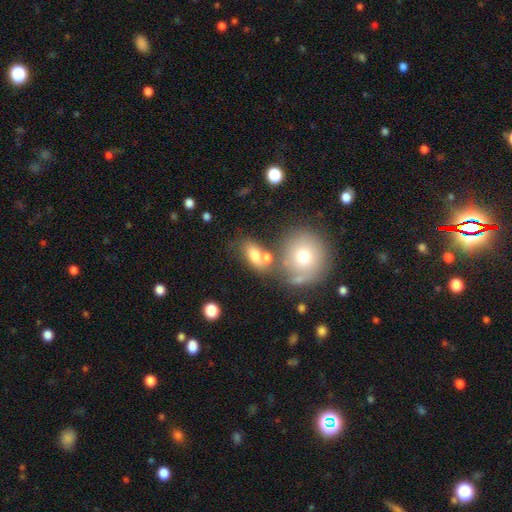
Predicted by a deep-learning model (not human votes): smooth-or-featured: smooth: 71% | featured or disk: 17% | star or artifact: 12%
  how-rounded: in between: 75% | round: 20% | cigar-shaped: 5%
  merging: none: 46% | merger: 32% | minor disturbance: 14% | major disturbance: 7%